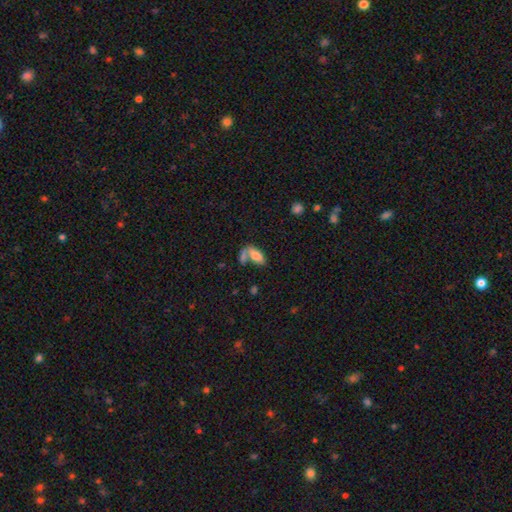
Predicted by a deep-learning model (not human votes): Smooth or featured? Predicted: smooth (p=0.74). How rounded? Predicted: in between (p=0.84). Merging? Predicted: merger (p=0.43).